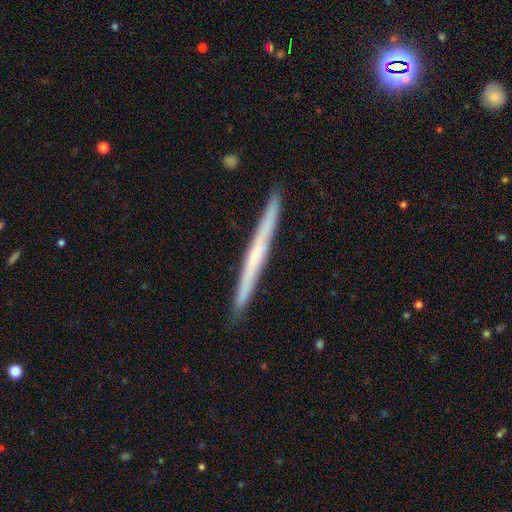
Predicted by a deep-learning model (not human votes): Smooth or featured? featured or disk (59%)
Edge-on disk? yes (97%)
Edge-on bulge? none (74%)
Merging? none (92%)